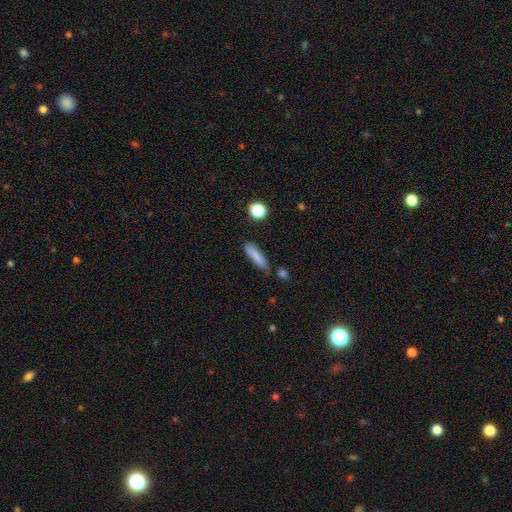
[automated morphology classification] A smooth galaxy with no disk features (81%) that is cigar-shaped (80%).

Vote fractions:
- Smooth or featured? smooth: 81% / featured or disk: 10% / star or artifact: 8%
- How rounded? cigar-shaped: 80% / in between: 18% / round: 2%
- Merging? none: 74% / minor disturbance: 16% / merger: 6% / major disturbance: 4%